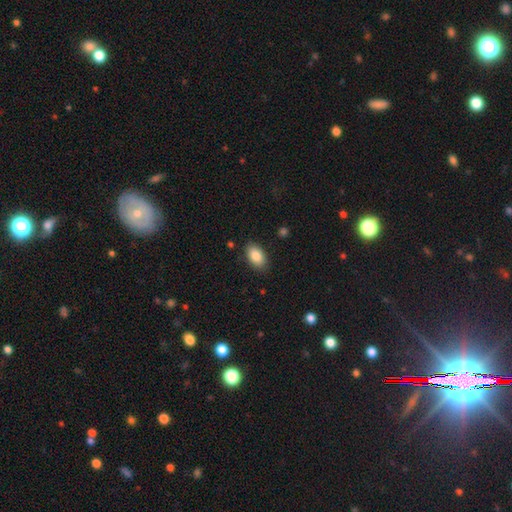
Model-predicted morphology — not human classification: Smooth or featured?
  - smooth: 86% *
  - star or artifact: 7%
  - featured or disk: 7%
How rounded?
  - in between: 92% *
  - round: 6%
  - cigar-shaped: 2%
Merging?
  - none: 85% *
  - minor disturbance: 11%
  - major disturbance: 3%
  - merger: 1%